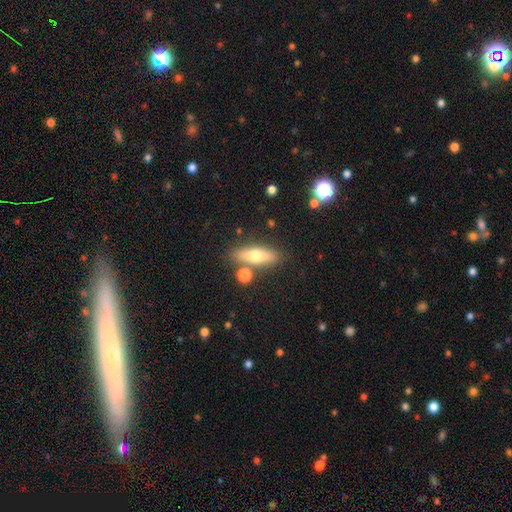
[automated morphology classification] smooth-or-featured: smooth: 60% | featured or disk: 32% | star or artifact: 8%
  how-rounded: cigar-shaped: 51% | in between: 45% | round: 4%
  merging: none: 78% | minor disturbance: 11% | merger: 8% | major disturbance: 3%